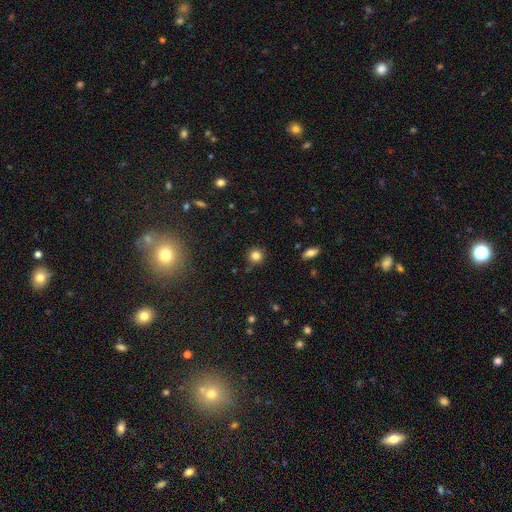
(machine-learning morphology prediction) Smooth or featured?
  - smooth: 82% *
  - star or artifact: 13%
  - featured or disk: 6%
How rounded?
  - round: 93% *
  - in between: 6%
  - cigar-shaped: 1%
Merging?
  - none: 88% *
  - minor disturbance: 8%
  - major disturbance: 2%
  - merger: 2%